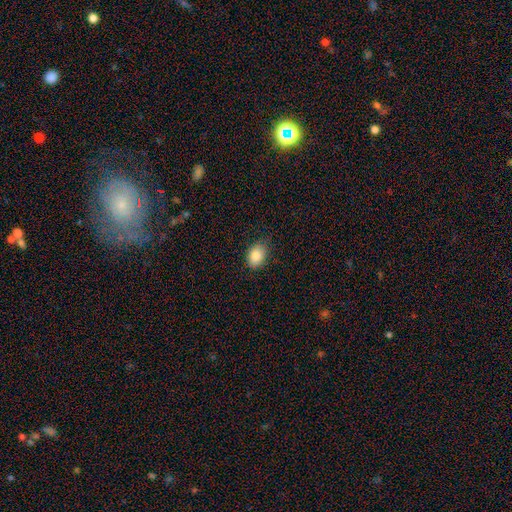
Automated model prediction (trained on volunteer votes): A smooth galaxy with no disk features (84%) that is in between round and cigar-shaped (77%).

Vote fractions:
- Smooth or featured? smooth: 84% / star or artifact: 8% / featured or disk: 8%
- How rounded? in between: 77% / round: 22% / cigar-shaped: 1%
- Merging? none: 76% / minor disturbance: 20% / major disturbance: 3% / merger: 1%